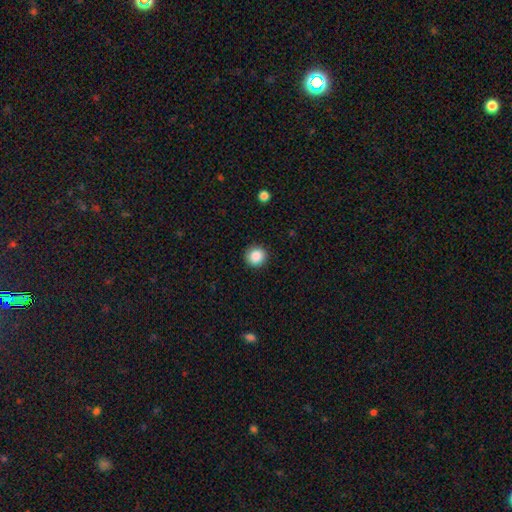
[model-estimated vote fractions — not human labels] The model was most divided on "smooth or featured": smooth: 87%, star or artifact: 9%, featured or disk: 3%. More confident: how rounded — round (93%); merging — none (91%).